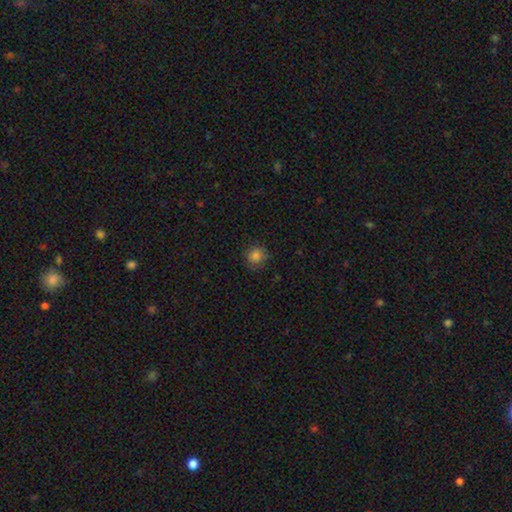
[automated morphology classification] Overall: smooth (83%). How rounded: round (90%). Merging: none (82%).